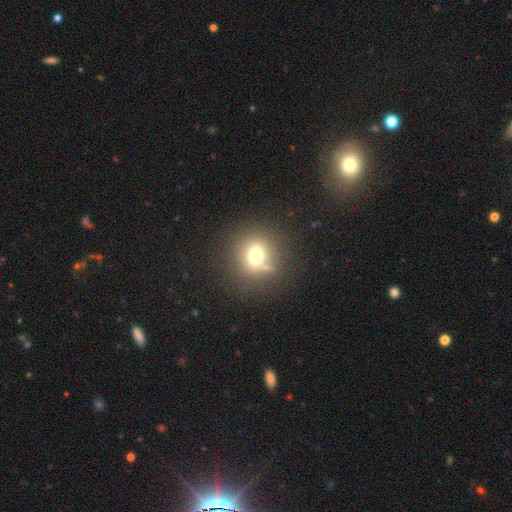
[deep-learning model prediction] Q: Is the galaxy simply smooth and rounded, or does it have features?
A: smooth — 66%.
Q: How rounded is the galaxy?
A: round — 81%.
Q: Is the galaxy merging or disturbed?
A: none — 74%.